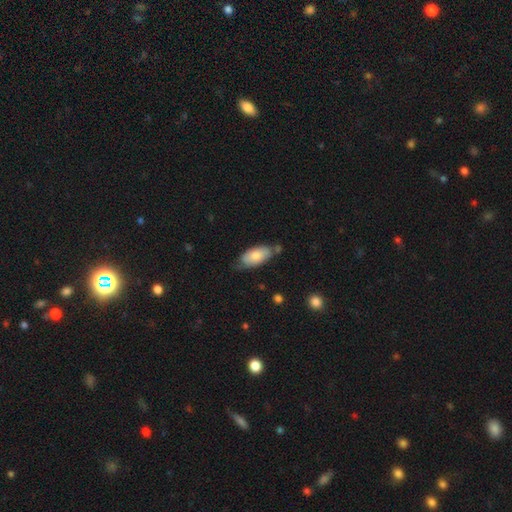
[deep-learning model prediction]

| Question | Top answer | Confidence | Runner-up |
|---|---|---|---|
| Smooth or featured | smooth | 78% | featured or disk (16%) |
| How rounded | in between | 90% | cigar-shaped (8%) |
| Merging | none | 58% | minor disturbance (30%) |